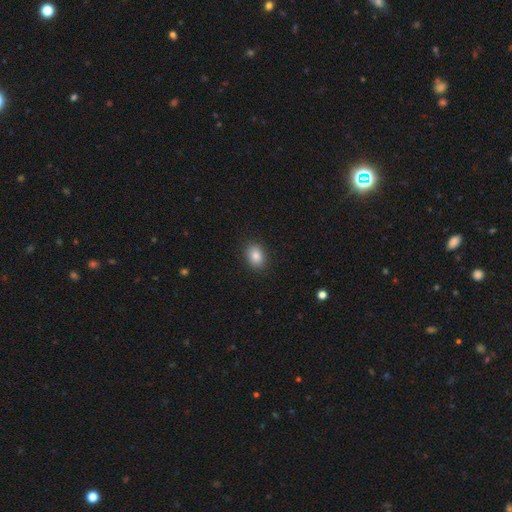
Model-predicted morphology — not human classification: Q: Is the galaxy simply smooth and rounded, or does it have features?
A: smooth — 85%.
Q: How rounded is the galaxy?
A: in between — 66%.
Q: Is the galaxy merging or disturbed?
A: none — 89%.